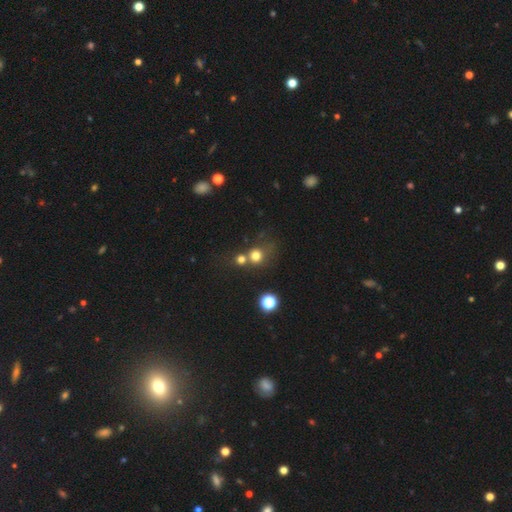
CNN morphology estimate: type=smooth (72%); roundness=round (84%); merging=none (48%).